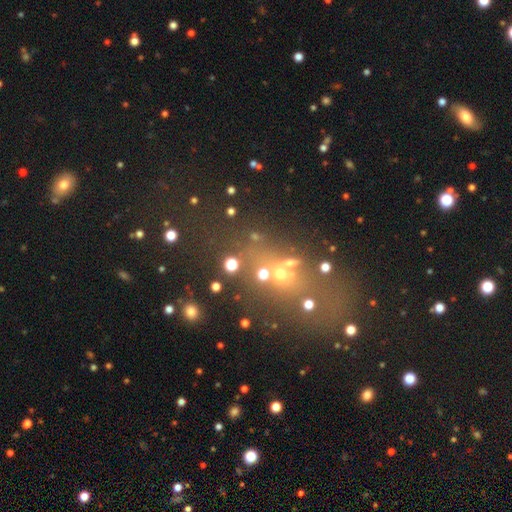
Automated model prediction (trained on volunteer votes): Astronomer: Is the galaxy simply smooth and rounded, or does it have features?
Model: star or artifact — 50% (runner-up: smooth, 30%).